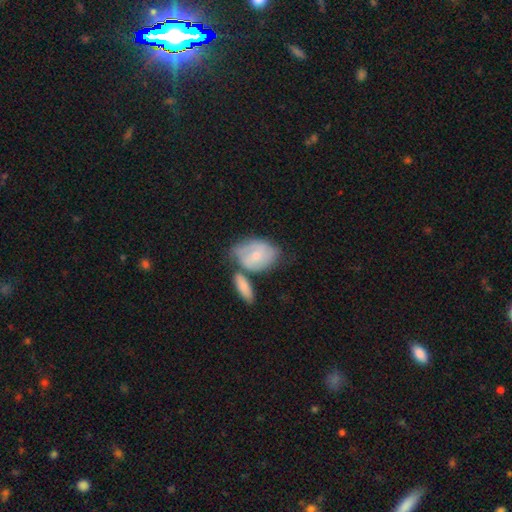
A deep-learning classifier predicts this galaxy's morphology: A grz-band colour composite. It shows a smooth galaxy with no disk features (52%) that is in between round and cigar-shaped (76%). Merging: none (37%).